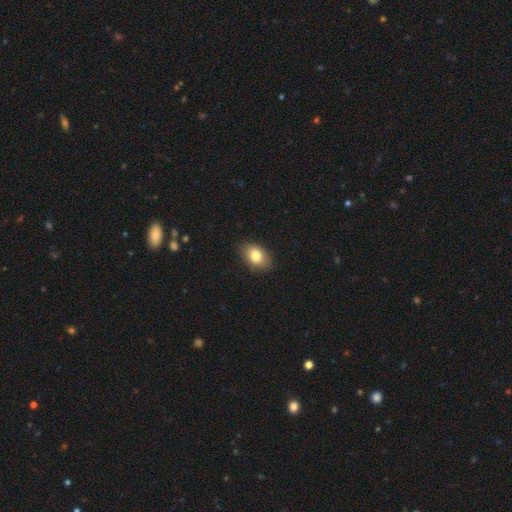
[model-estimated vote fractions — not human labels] The model was most divided on "how rounded": in between: 84%, round: 15%, cigar-shaped: 1%. More confident: merging — none (86%); smooth or featured — smooth (82%).